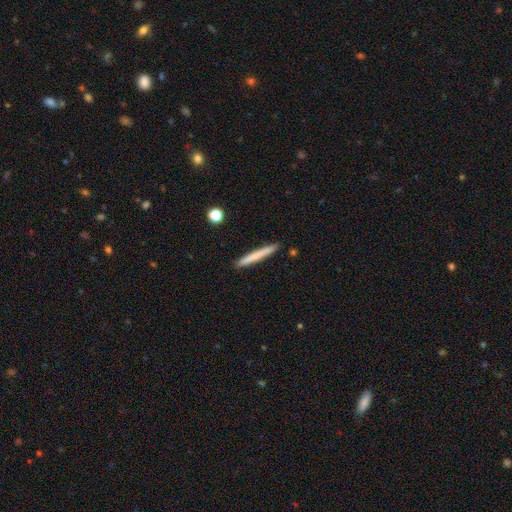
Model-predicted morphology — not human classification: type=smooth (70%); roundness=cigar-shaped (97%); merging=none (91%).